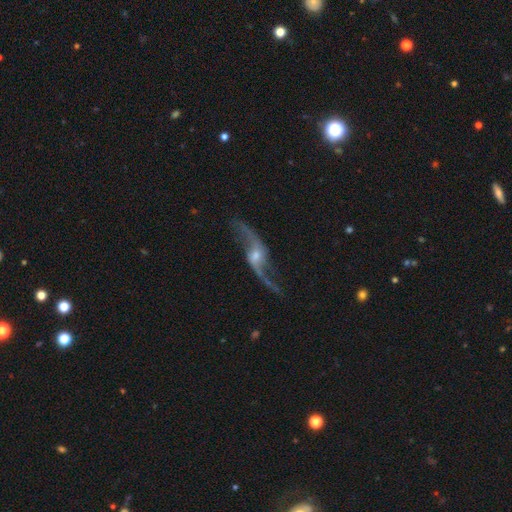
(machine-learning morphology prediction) Smooth or featured?
  - featured or disk: 90% *
  - star or artifact: 5%
  - smooth: 5%
Edge-on disk?
  - no: 89% *
  - yes: 11%
Bar?
  - no: 53% *
  - weak: 33%
  - strong: 14%
Spiral arms?
  - yes: 96% *
  - no: 4%
Spiral winding?
  - loose: 92% *
  - medium: 6%
  - tight: 2%
Spiral arm count?
  - 2: 94% *
  - 1: 2%
  - can't tell: 1%
  - 3: 1%
  - 4: 1%
  - more than 4: 1%
Bulge size?
  - small: 47% *
  - moderate: 45%
  - large: 4%
  - none: 3%
  - dominant: 1%
Merging?
  - none: 73% *
  - minor disturbance: 15%
  - major disturbance: 10%
  - merger: 3%